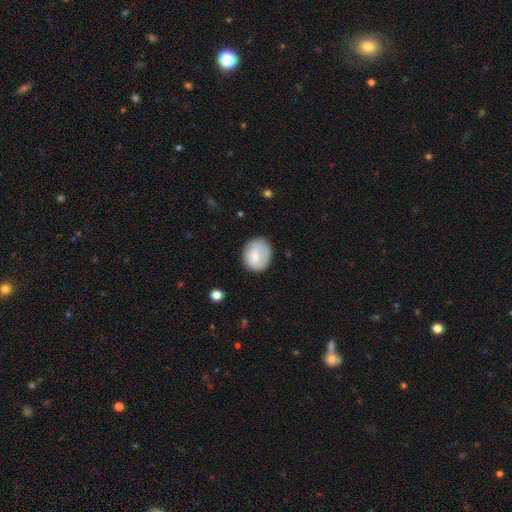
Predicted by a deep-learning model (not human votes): Smooth or featured: smooth — 76% (featured or disk — 17%)
How rounded: round — 57% (in between — 42%)
Merging: none — 74% (minor disturbance — 19%)